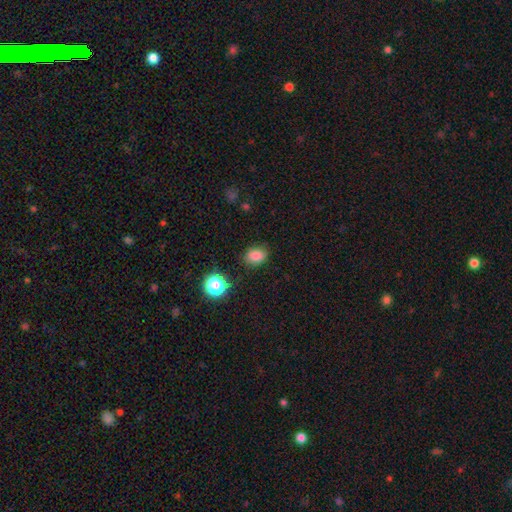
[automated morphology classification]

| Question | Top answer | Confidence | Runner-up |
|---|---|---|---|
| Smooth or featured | smooth | 82% | star or artifact (13%) |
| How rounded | in between | 69% | round (30%) |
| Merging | none | 82% | minor disturbance (12%) |